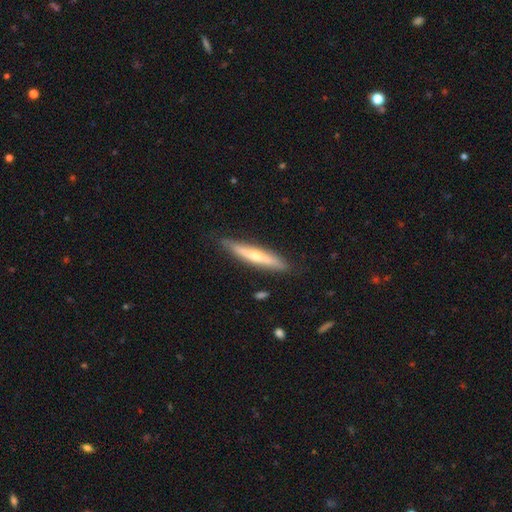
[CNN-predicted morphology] Q: Smooth or featured?
A: featured or disk (53%); runner-up: smooth (41%)
Q: Edge-on disk?
A: yes (91%); runner-up: no (9%)
Q: Merging?
A: none (85%); runner-up: minor disturbance (12%)